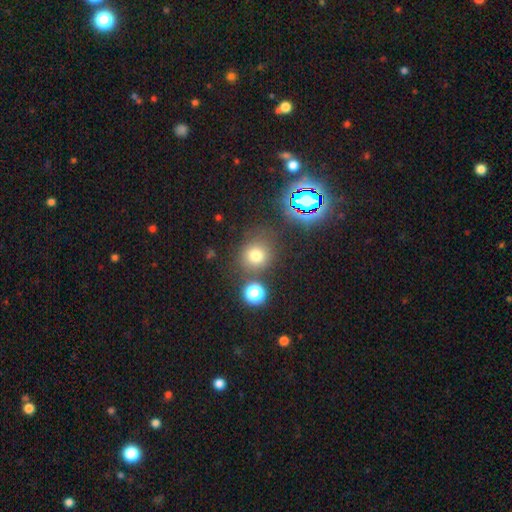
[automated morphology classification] smooth_or_featured: smooth (p=0.71) [alt: star or artifact p=0.21]
how_rounded: round (p=0.83) [alt: in between p=0.16]
merging: none (p=0.73) [alt: minor disturbance p=0.12]